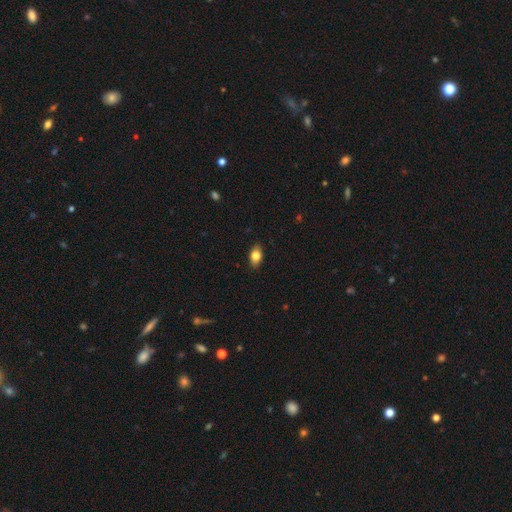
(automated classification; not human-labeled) smooth 81%, featured or disk 12%, star or artifact 8%. Down the decision tree: how rounded — in between (87%); merging — none (86%).